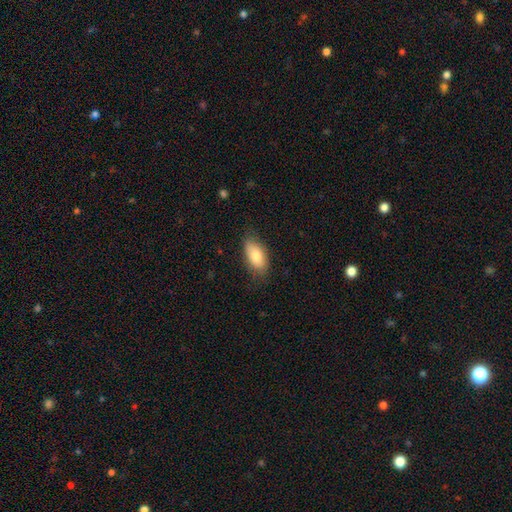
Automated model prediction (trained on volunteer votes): A smooth galaxy with no disk features (81%) that is in between round and cigar-shaped (91%). Merging: none (75%).